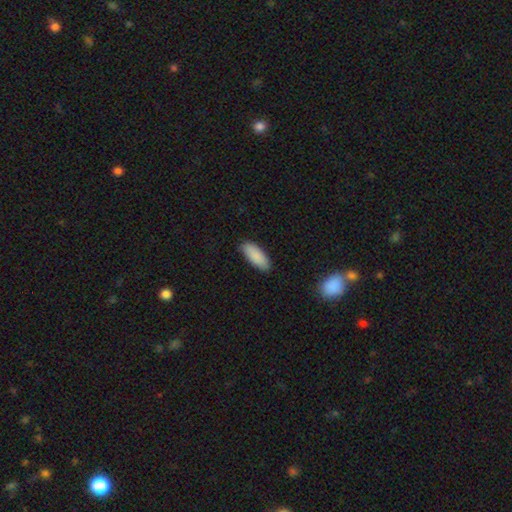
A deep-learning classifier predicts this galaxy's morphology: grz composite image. It shows a smooth galaxy with no disk features (89%) that is in between round and cigar-shaped (79%). Merging: none (86%).